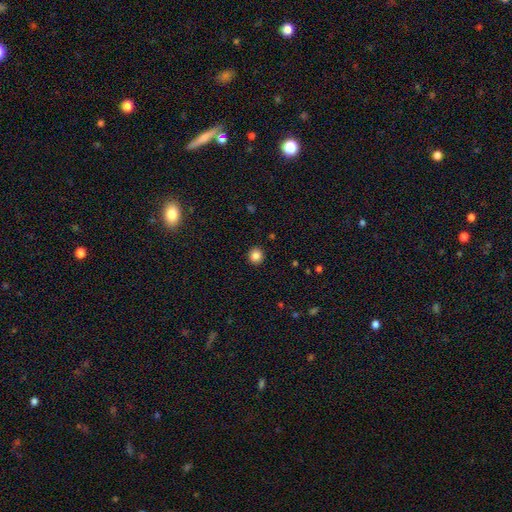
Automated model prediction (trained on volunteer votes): Smooth or featured? smooth (85%)
How rounded? round (91%)
Merging? none (92%)